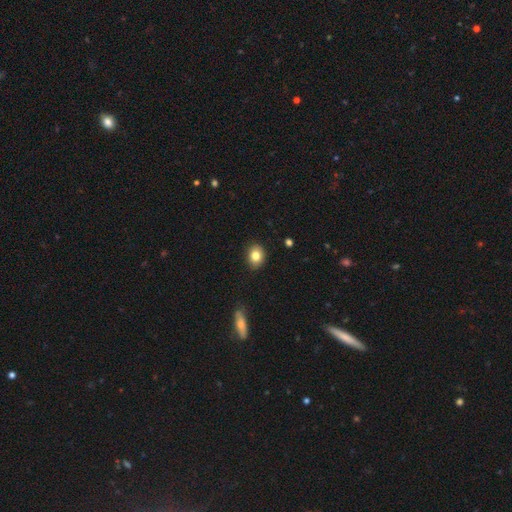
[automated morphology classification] Overall: smooth (82%). How rounded: round (51%; in between 48%). Merging: none (88%).